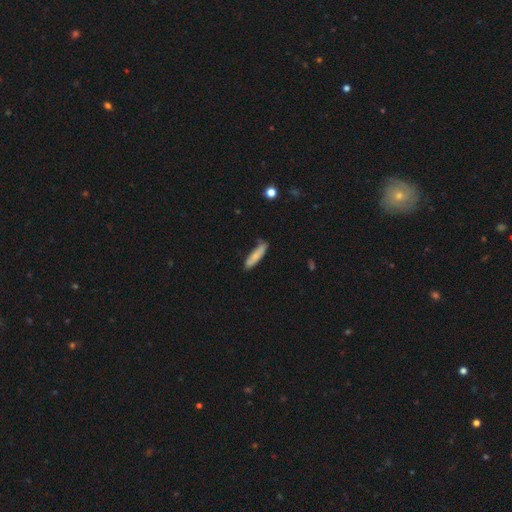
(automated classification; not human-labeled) smooth-or-featured: smooth: 78% | featured or disk: 16% | star or artifact: 6%
  how-rounded: cigar-shaped: 74% | in between: 25% | round: 2%
  merging: none: 69% | minor disturbance: 24% | major disturbance: 4% | merger: 3%